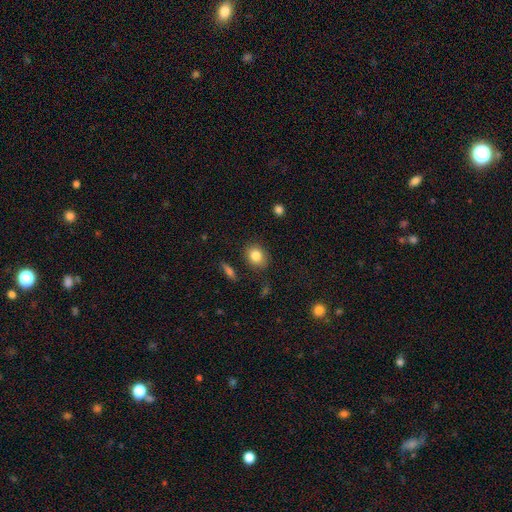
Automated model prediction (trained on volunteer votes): Smooth or featured: smooth — 83% (star or artifact — 9%)
How rounded: round — 51% (in between — 47%)
Merging: none — 84% (minor disturbance — 11%)